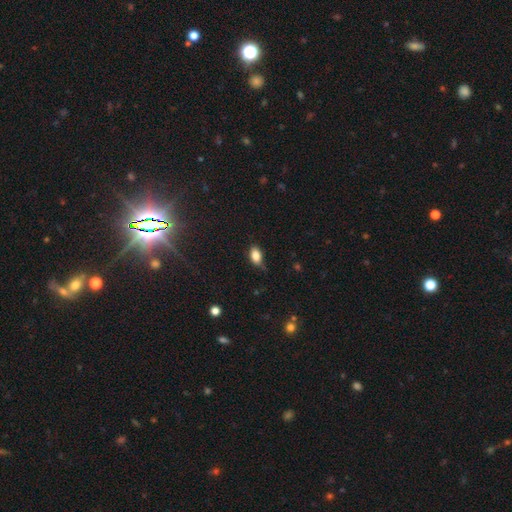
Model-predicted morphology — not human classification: smooth-or-featured: smooth: 83% | star or artifact: 9% | featured or disk: 8%
  how-rounded: in between: 88% | round: 9% | cigar-shaped: 3%
  merging: none: 66% | minor disturbance: 27% | major disturbance: 5% | merger: 2%